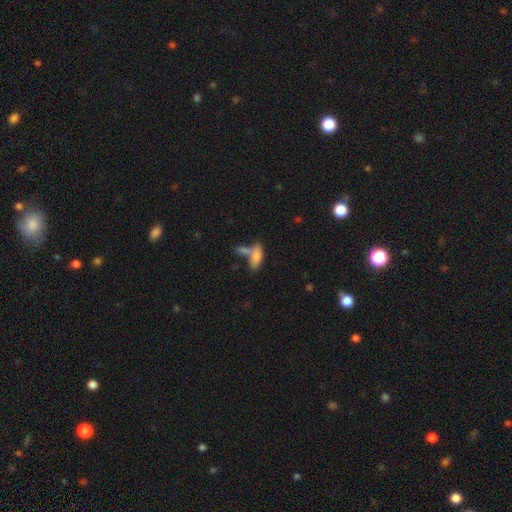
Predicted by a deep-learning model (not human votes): The model was most divided on "merging": none: 41%, merger: 40%, minor disturbance: 13%, major disturbance: 6%. More confident: smooth or featured — smooth (78%); how rounded — in between (75%).